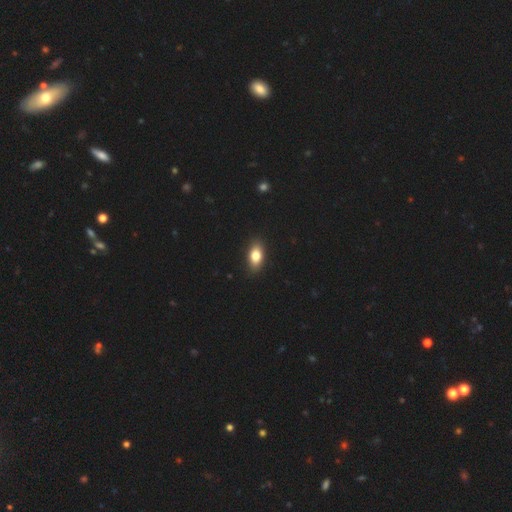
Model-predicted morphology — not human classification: Smooth or featured? Predicted: smooth (p=0.82). How rounded? Predicted: in between (p=0.88). Merging? Predicted: none (p=0.89).